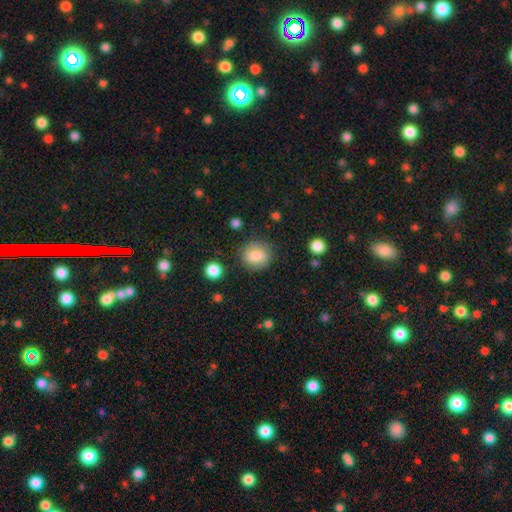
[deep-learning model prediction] Smooth or featured? Predicted: smooth (p=0.81). How rounded? Predicted: round (p=0.73). Merging? Predicted: none (p=0.77).